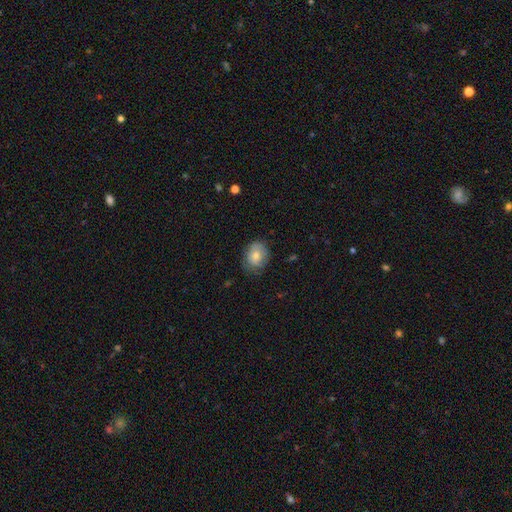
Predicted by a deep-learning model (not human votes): smooth-or-featured: smooth: 72% | featured or disk: 21% | star or artifact: 8%
  how-rounded: in between: 51% | round: 48% | cigar-shaped: 1%
  merging: none: 68% | minor disturbance: 25% | major disturbance: 7% | merger: 1%